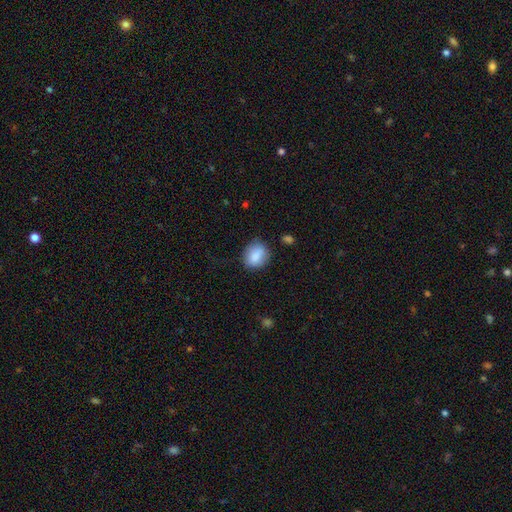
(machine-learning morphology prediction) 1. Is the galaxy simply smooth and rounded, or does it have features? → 85% smooth, 8% star or artifact, 7% featured or disk.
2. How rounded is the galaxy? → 55% round, 44% in between, 1% cigar-shaped.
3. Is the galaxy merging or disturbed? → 75% none, 18% minor disturbance, 4% major disturbance, 2% merger.